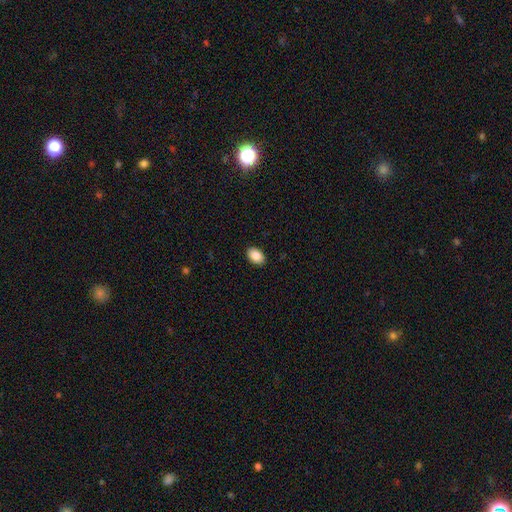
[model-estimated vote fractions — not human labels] smooth 88%, star or artifact 7%, featured or disk 4%. Down the decision tree: how rounded — in between (89%); merging — none (90%).